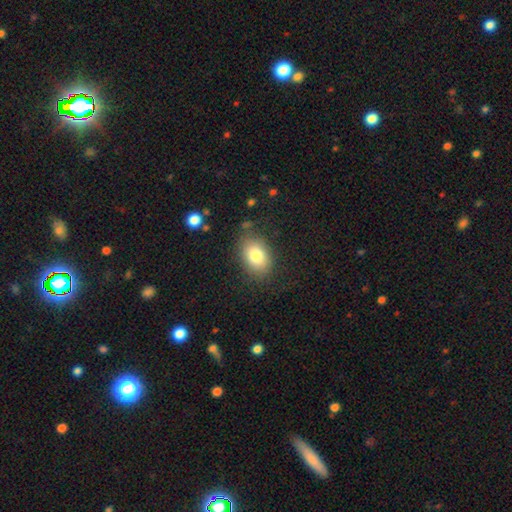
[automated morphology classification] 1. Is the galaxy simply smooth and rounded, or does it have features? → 81% smooth, 11% featured or disk, 8% star or artifact.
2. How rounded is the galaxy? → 78% in between, 21% round, 1% cigar-shaped.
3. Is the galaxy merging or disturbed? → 80% none, 14% minor disturbance, 5% major disturbance, 2% merger.